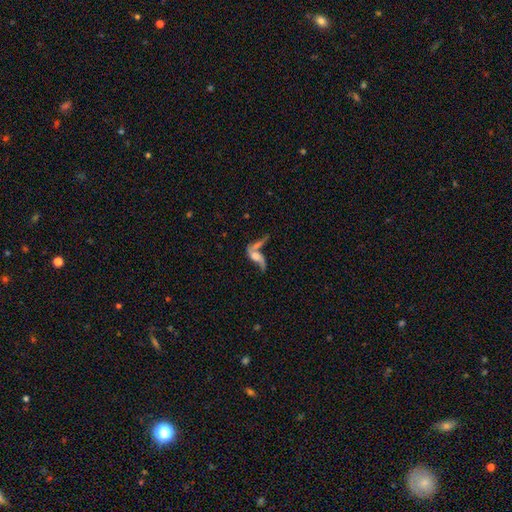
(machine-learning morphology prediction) Q: Smooth or featured?
A: featured or disk (57%); runner-up: smooth (31%)
Q: Edge-on disk?
A: no (79%); runner-up: yes (21%)
Q: Merging?
A: merger (46%); runner-up: none (23%)